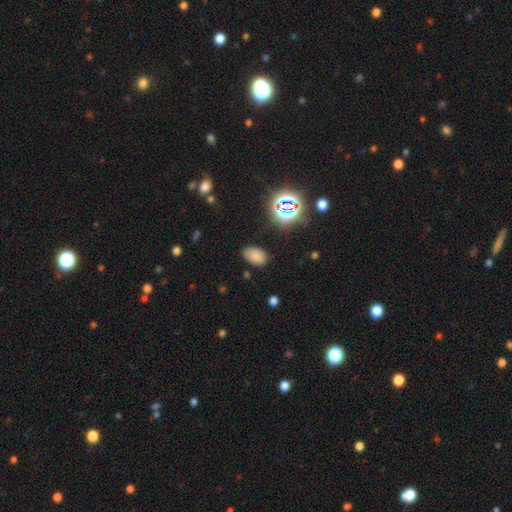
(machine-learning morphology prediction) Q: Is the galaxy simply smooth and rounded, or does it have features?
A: smooth — 75%.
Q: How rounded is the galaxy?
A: in between — 90%.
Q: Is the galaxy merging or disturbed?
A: none — 80%.